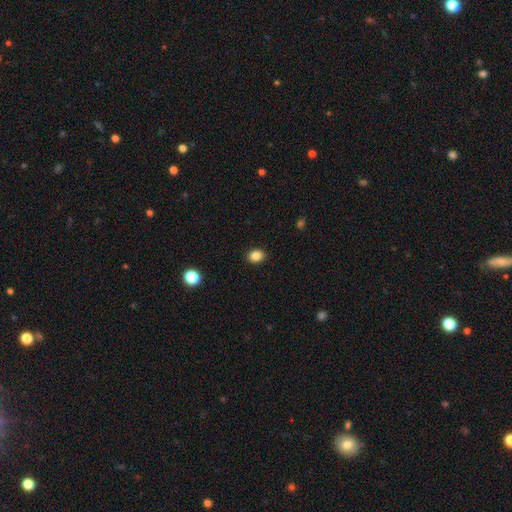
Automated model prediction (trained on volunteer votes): Smooth or featured?
  - smooth: 86% *
  - star or artifact: 10%
  - featured or disk: 4%
How rounded?
  - in between: 54% *
  - round: 46%
  - cigar-shaped: 1%
Merging?
  - none: 90% *
  - minor disturbance: 7%
  - major disturbance: 2%
  - merger: 1%